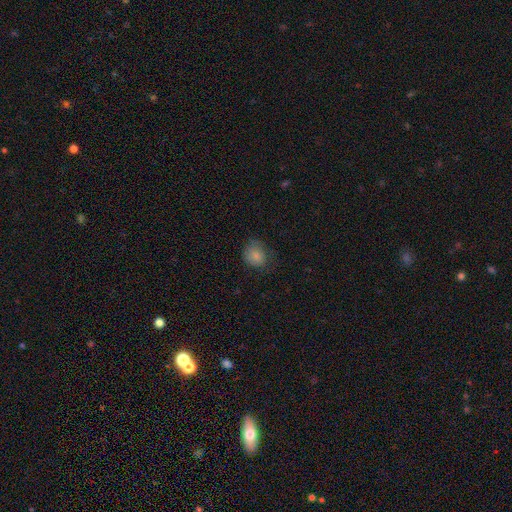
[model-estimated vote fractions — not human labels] smooth_or_featured: smooth (p=0.84) [alt: star or artifact p=0.09]
how_rounded: round (p=0.71) [alt: in between p=0.28]
merging: none (p=0.67) [alt: minor disturbance p=0.24]